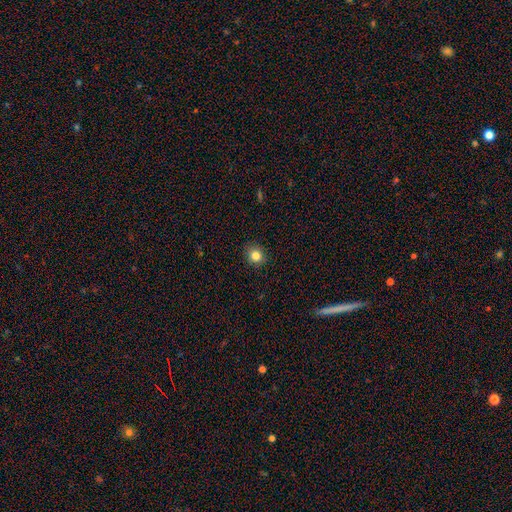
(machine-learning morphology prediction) Smooth or featured? smooth (82%)
How rounded? round (86%)
Merging? none (90%)